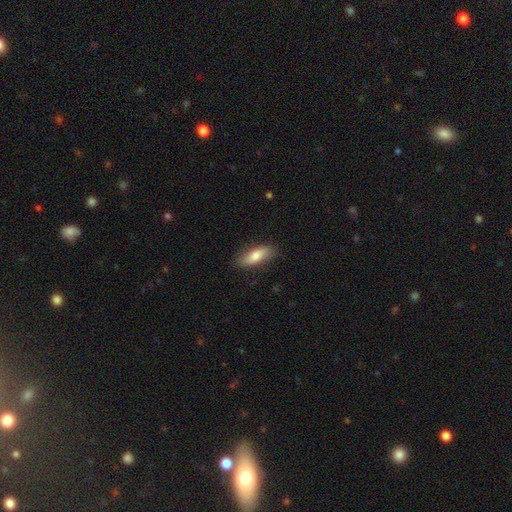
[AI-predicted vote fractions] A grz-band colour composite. It shows a smooth galaxy with no disk features (72%) that is in between round and cigar-shaped (60%). Merging: none (83%).